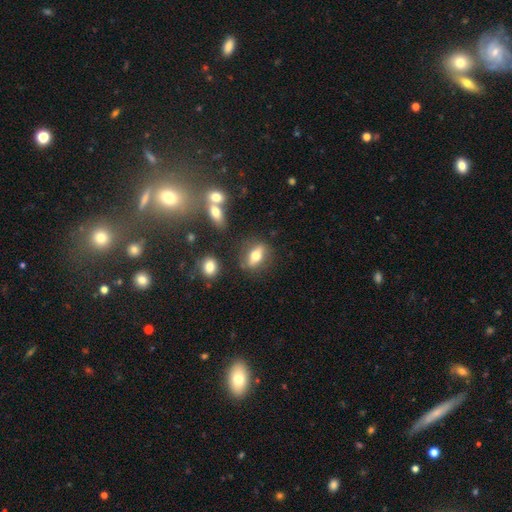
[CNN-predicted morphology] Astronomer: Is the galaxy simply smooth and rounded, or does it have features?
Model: smooth — 57% (runner-up: featured or disk, 34%).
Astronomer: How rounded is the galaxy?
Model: in between — 66%.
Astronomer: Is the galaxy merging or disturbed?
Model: none — 77%.